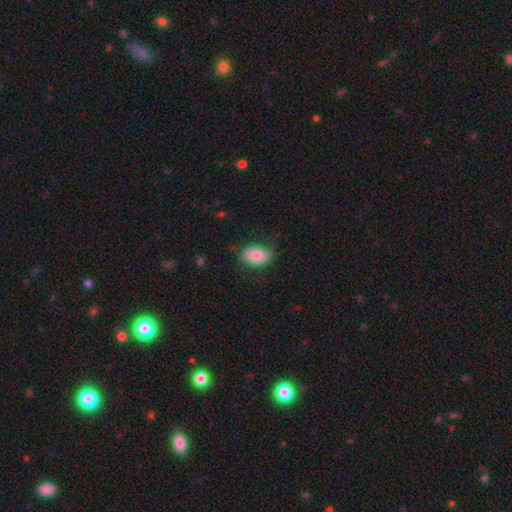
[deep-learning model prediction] Smooth or featured? Predicted: smooth (p=0.78). How rounded? Predicted: in between (p=0.80). Merging? Predicted: none (p=0.73).